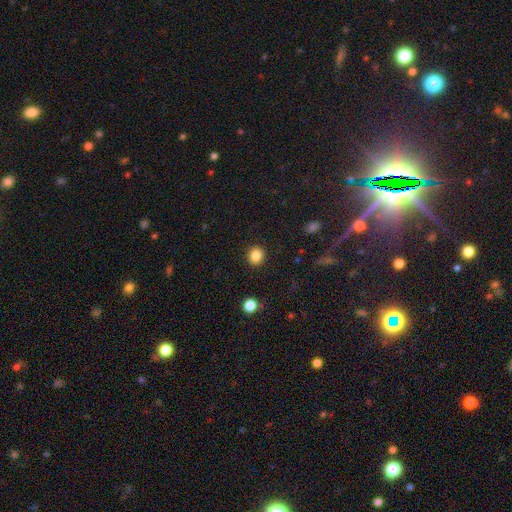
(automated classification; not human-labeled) Smooth or featured? smooth (85%)
How rounded? round (87%)
Merging? none (91%)